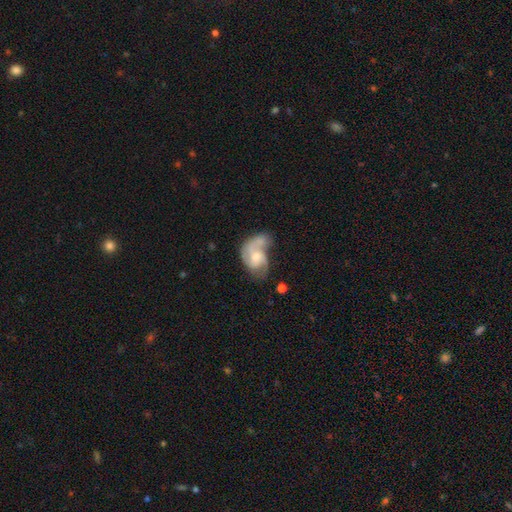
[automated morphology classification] type=featured or disk (74%); edge-on=no (98%); bar=no (61%); spiral arms=yes (90%); winding=medium (50%); arm count=2 (55%); bulge=small (42%, tied with moderate); merging=none (30%).